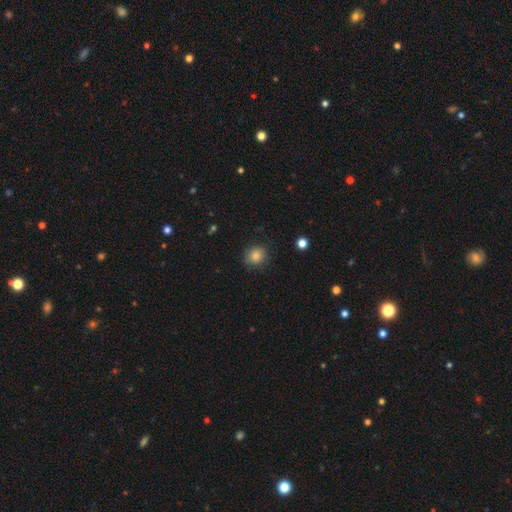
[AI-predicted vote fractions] smooth 83%, star or artifact 11%, featured or disk 6%. Down the decision tree: how rounded — round (79%); merging — none (84%).